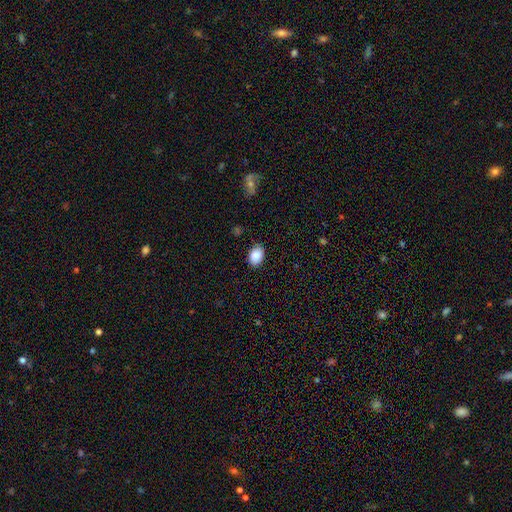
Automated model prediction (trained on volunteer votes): Morphology: type=smooth (89%); roundness=in between (81%); merging=none (86%).